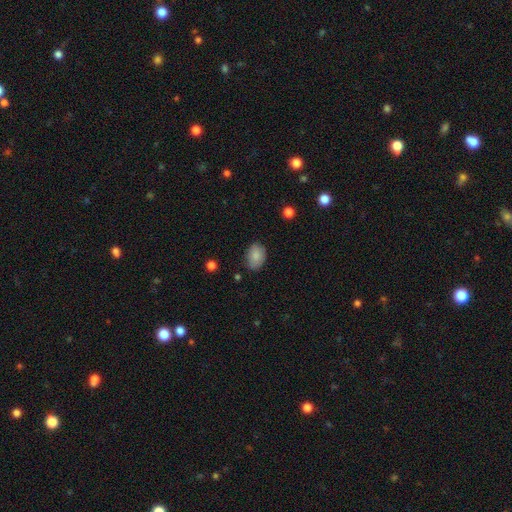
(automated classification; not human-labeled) Smooth or featured: smooth — 87% (star or artifact — 7%)
How rounded: in between — 80% (round — 19%)
Merging: none — 78% (minor disturbance — 17%)